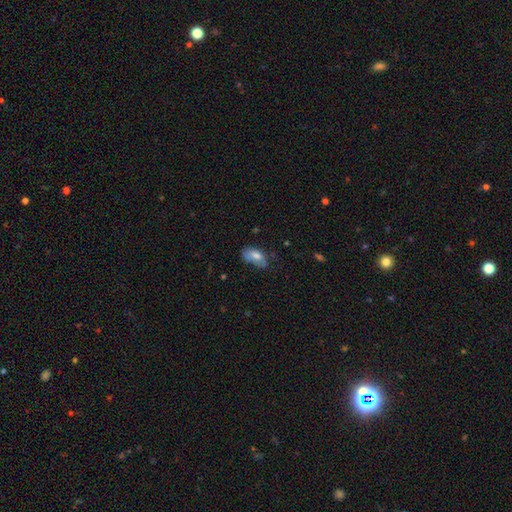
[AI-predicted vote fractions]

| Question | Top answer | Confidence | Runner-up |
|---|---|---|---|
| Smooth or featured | smooth | 71% | featured or disk (20%) |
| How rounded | in between | 90% | round (6%) |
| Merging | none | 41% | minor disturbance (37%) |